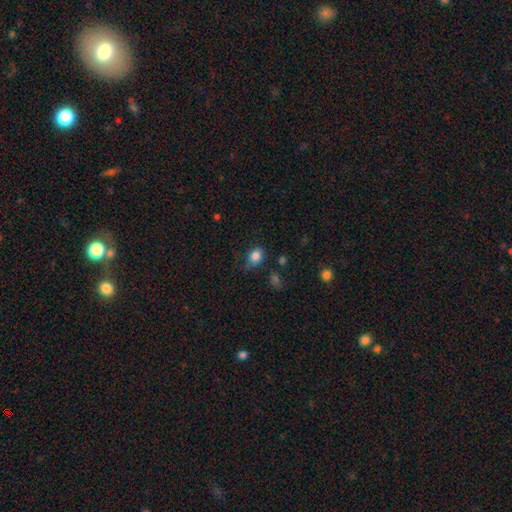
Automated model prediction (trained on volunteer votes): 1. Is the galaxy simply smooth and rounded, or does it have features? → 82% smooth, 11% star or artifact, 7% featured or disk.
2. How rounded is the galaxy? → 53% round, 46% in between, 1% cigar-shaped.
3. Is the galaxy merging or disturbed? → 57% none, 31% minor disturbance, 9% major disturbance, 3% merger.